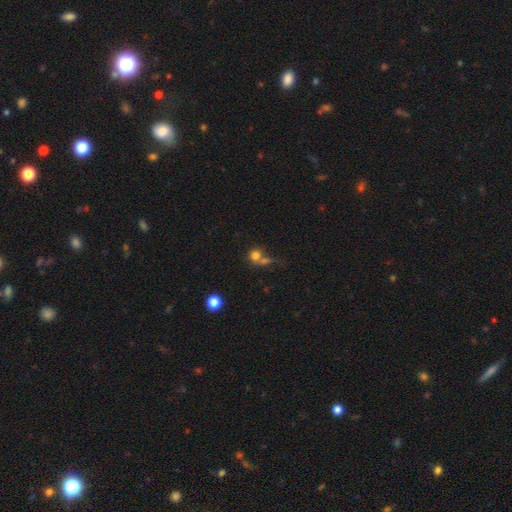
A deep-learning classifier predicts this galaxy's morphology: This appears to be a smooth galaxy with no disk features (74%) that is round (82%). Merging: merger (47%).